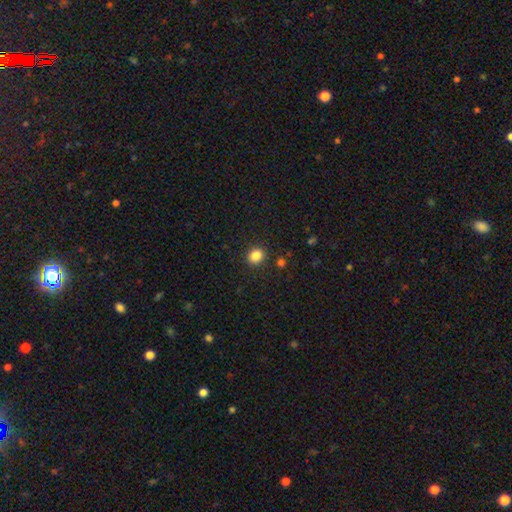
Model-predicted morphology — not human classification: Smooth or featured? smooth (84%)
How rounded? round (68%)
Merging? none (89%)